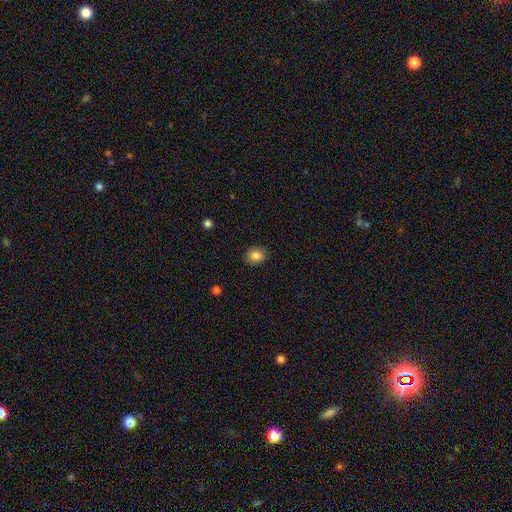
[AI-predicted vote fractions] Morphology: type=smooth (85%); roundness=round (69%); merging=none (88%).